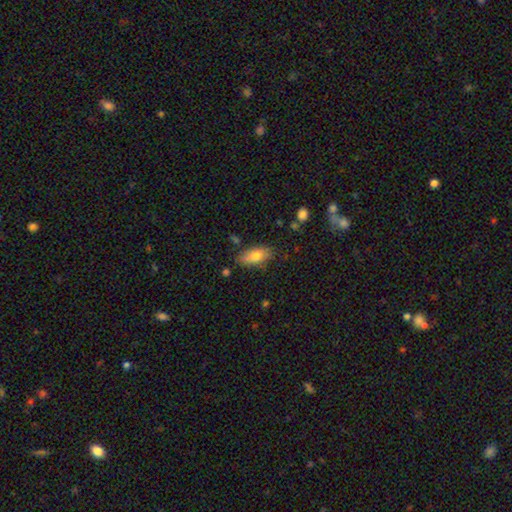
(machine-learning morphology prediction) Smooth or featured?
  - smooth: 76% *
  - featured or disk: 16%
  - star or artifact: 7%
How rounded?
  - in between: 87% *
  - cigar-shaped: 9%
  - round: 4%
Merging?
  - none: 78% *
  - minor disturbance: 16%
  - major disturbance: 3%
  - merger: 3%